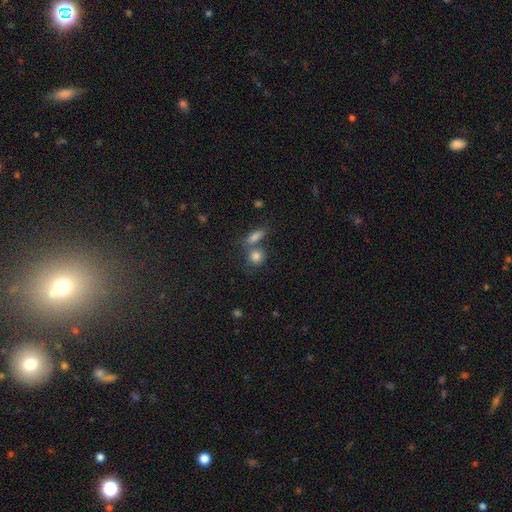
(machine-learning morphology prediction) Smooth or featured: smooth — 80% (star or artifact — 12%)
How rounded: round — 69% (in between — 27%)
Merging: none — 52% (merger — 33%)